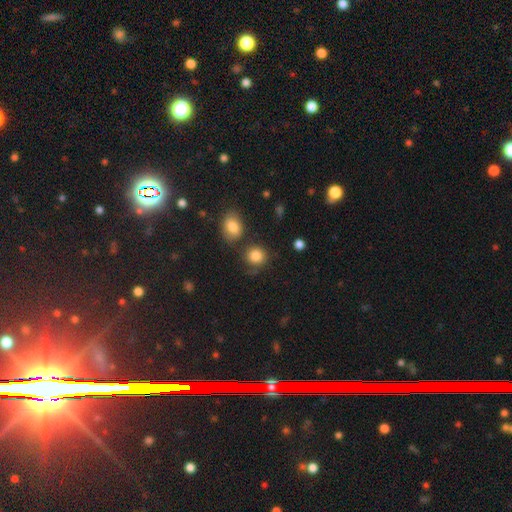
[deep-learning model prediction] smooth 84%, star or artifact 9%, featured or disk 7%. Down the decision tree: how rounded — round (83%); merging — none (69%).